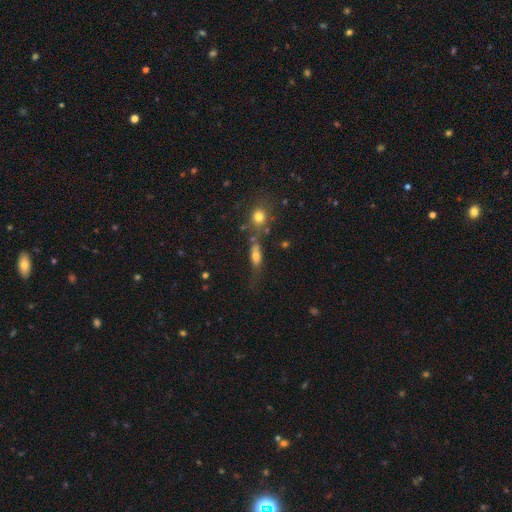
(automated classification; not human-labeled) This is likely a smooth galaxy (67%). How rounded: likely in between (64%). Merging: possibly none (49%).